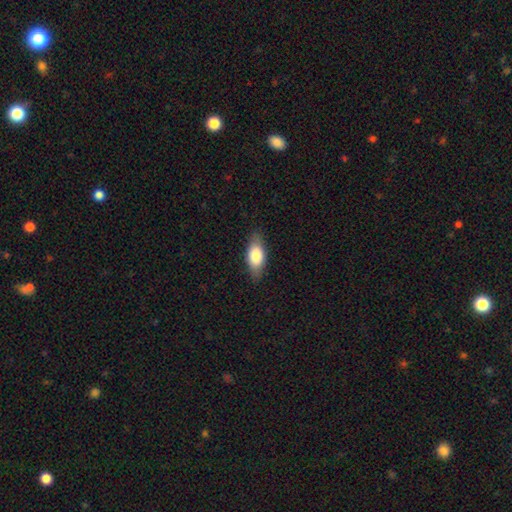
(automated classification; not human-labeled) Smooth or featured: smooth — 77% (featured or disk — 17%)
How rounded: in between — 84% (cigar-shaped — 12%)
Merging: none — 82% (minor disturbance — 14%)